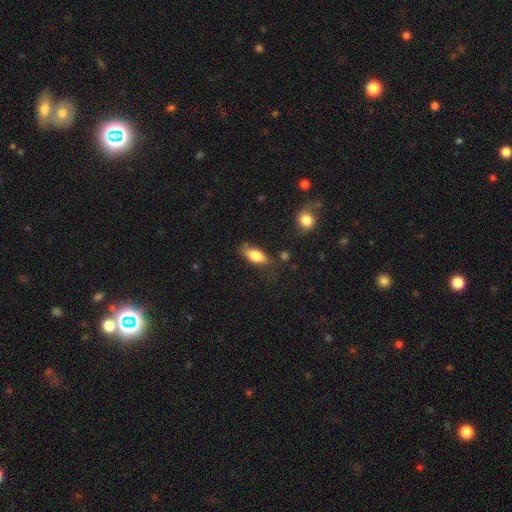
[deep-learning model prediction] Smooth or featured: smooth — 78% (featured or disk — 15%)
How rounded: in between — 83% (cigar-shaped — 14%)
Merging: none — 67% (minor disturbance — 23%)